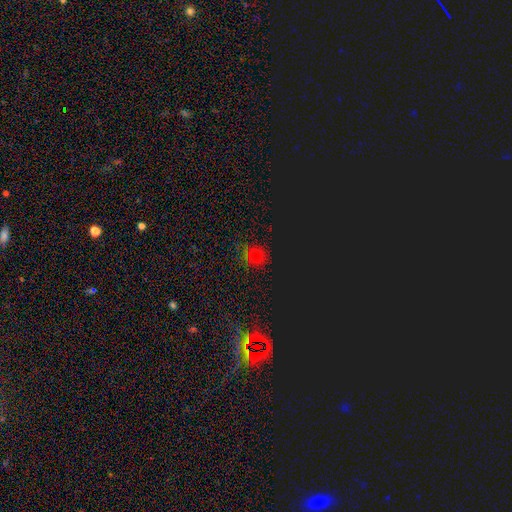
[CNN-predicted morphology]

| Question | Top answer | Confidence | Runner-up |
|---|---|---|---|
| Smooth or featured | smooth | 52% | star or artifact (40%) |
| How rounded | round | 88% | in between (11%) |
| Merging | none | 82% | minor disturbance (11%) |